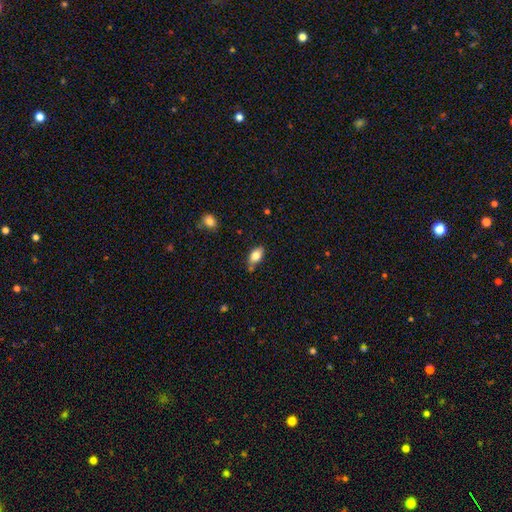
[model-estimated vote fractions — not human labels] smooth 79%, featured or disk 14%, star or artifact 8%. Down the decision tree: how rounded — in between (89%); merging — none (67%).